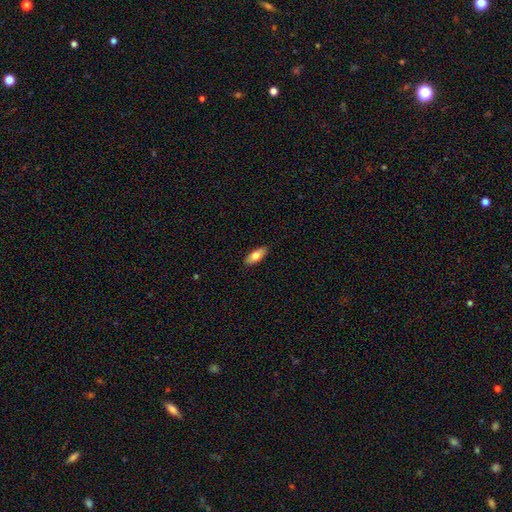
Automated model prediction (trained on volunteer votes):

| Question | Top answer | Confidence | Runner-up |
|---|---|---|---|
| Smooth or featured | smooth | 76% | featured or disk (18%) |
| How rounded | in between | 77% | cigar-shaped (20%) |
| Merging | none | 89% | minor disturbance (8%) |